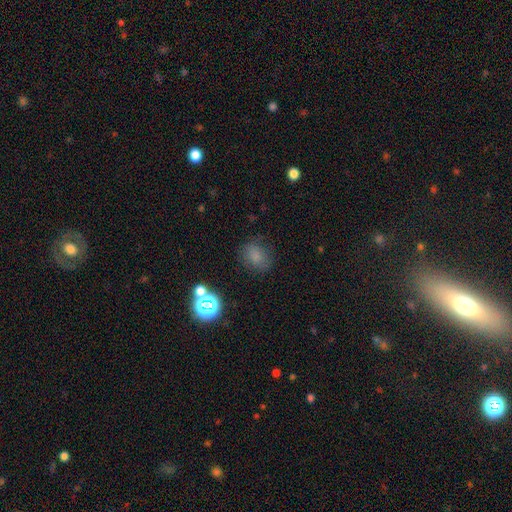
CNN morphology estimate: smooth-or-featured: smooth: 76% | star or artifact: 17% | featured or disk: 7%
  how-rounded: round: 50% | in between: 49% | cigar-shaped: 1%
  merging: none: 77% | minor disturbance: 15% | major disturbance: 6% | merger: 3%